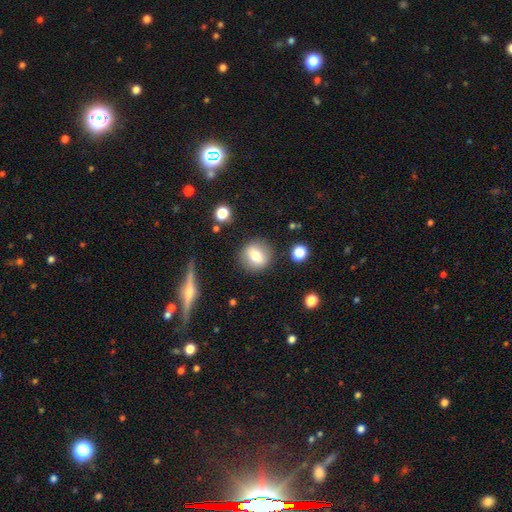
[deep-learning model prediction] smooth 67%, featured or disk 24%, star or artifact 10%. Down the decision tree: how rounded — round (84%); merging — none (85%).